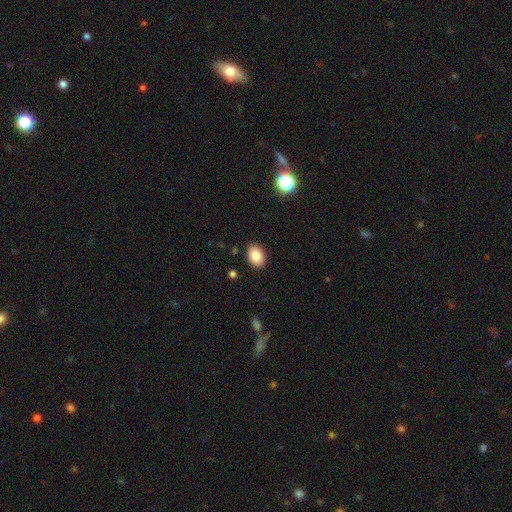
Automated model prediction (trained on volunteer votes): This appears to be a smooth galaxy with no disk features (85%) that is in between round and cigar-shaped (82%). Merging: none (89%).